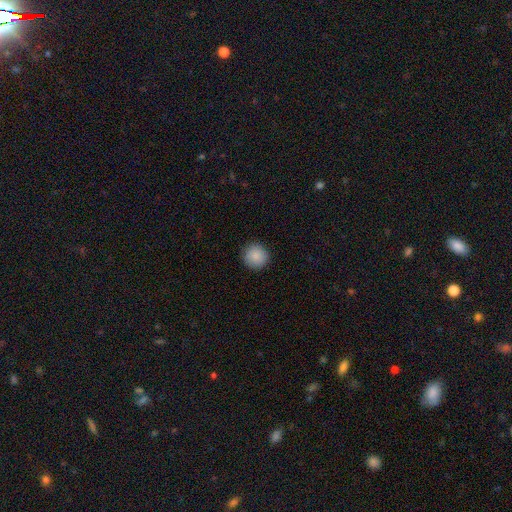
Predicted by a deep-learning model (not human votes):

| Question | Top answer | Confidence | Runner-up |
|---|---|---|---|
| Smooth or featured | smooth | 89% | star or artifact (8%) |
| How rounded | round | 95% | in between (4%) |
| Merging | none | 91% | minor disturbance (6%) |